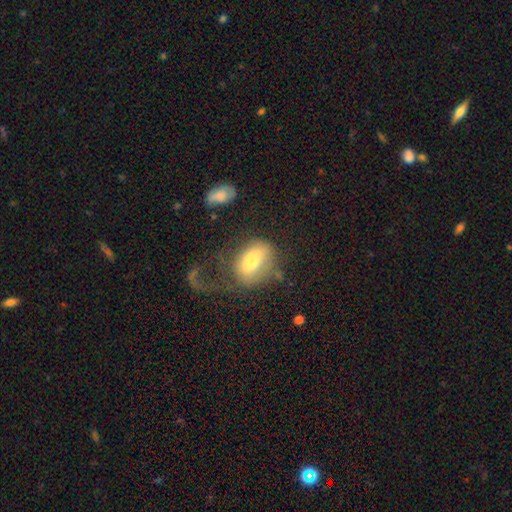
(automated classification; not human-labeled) Smooth or featured?
  - smooth: 67% *
  - featured or disk: 25%
  - star or artifact: 8%
How rounded?
  - in between: 79% *
  - round: 19%
  - cigar-shaped: 2%
Merging?
  - major disturbance: 38% *
  - none: 34%
  - minor disturbance: 21%
  - merger: 7%